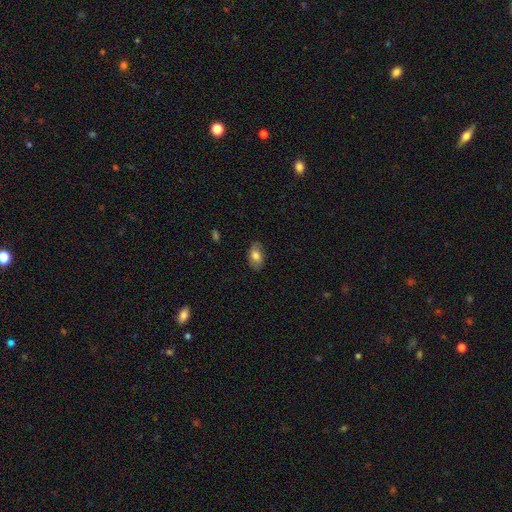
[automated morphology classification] Smooth or featured: smooth — 76% (featured or disk — 17%)
How rounded: in between — 91% (round — 7%)
Merging: none — 81% (minor disturbance — 15%)